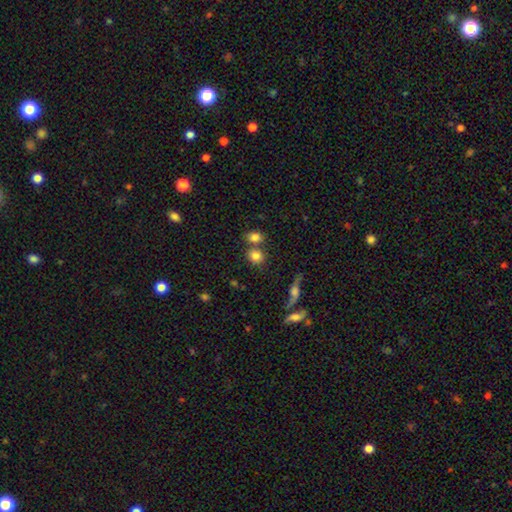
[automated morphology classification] Smooth or featured? Predicted: smooth (p=0.80). How rounded? Predicted: round (p=0.68). Merging? Predicted: none (p=0.60).